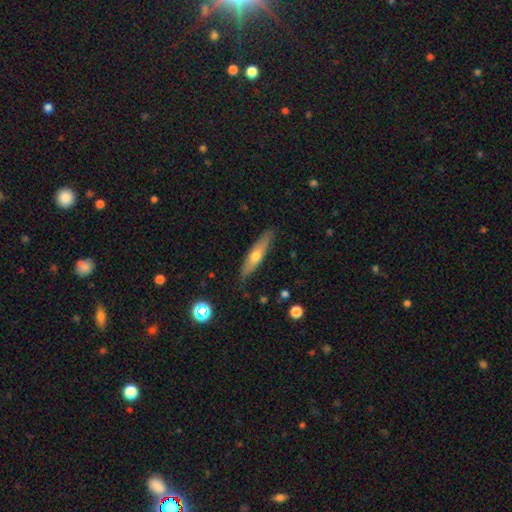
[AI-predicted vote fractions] A smooth galaxy with no disk features (47%).

Vote fractions:
- Smooth or featured? smooth: 47% / featured or disk: 46% / star or artifact: 7%
- Merging? none: 85% / minor disturbance: 12% / major disturbance: 2% / merger: 1%